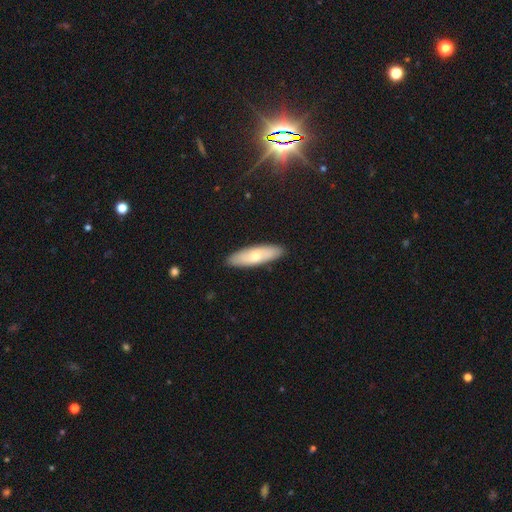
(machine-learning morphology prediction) smooth-or-featured: smooth: 62% | featured or disk: 32% | star or artifact: 5%
  how-rounded: cigar-shaped: 50% | in between: 48% | round: 2%
  merging: none: 89% | minor disturbance: 8% | major disturbance: 2% | merger: 1%